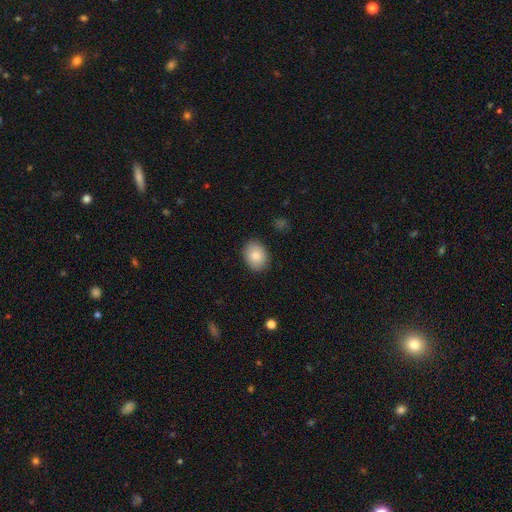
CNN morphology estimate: smooth 82%, featured or disk 10%, star or artifact 8%. Down the decision tree: how rounded — in between (60%); merging — none (88%).